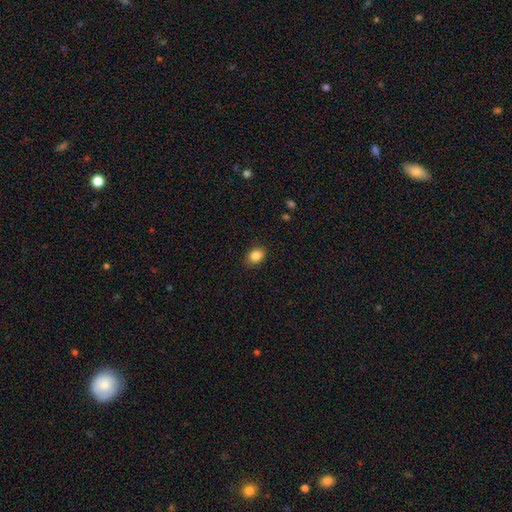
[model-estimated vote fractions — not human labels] This is clearly a smooth galaxy (86%). How rounded: likely in between (61%). Merging: clearly none (86%).